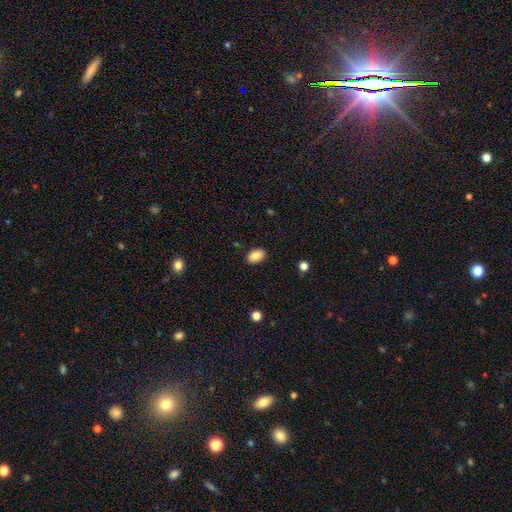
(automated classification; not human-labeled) Morphology: type=smooth (87%); roundness=in between (86%); merging=none (87%).